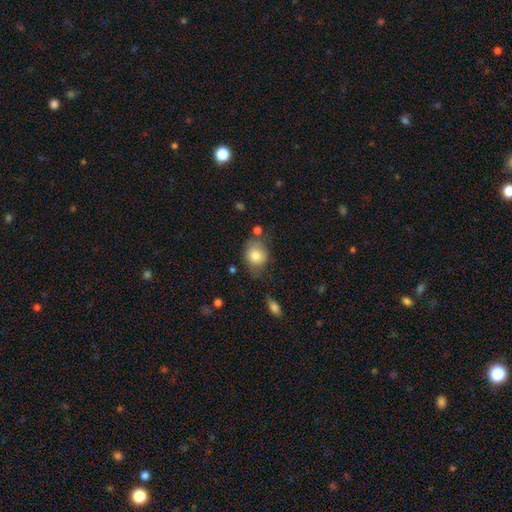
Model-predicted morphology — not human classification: The model was most divided on "how rounded": round: 60%, in between: 39%, cigar-shaped: 1%. More confident: smooth or featured — smooth (78%); merging — none (55%).